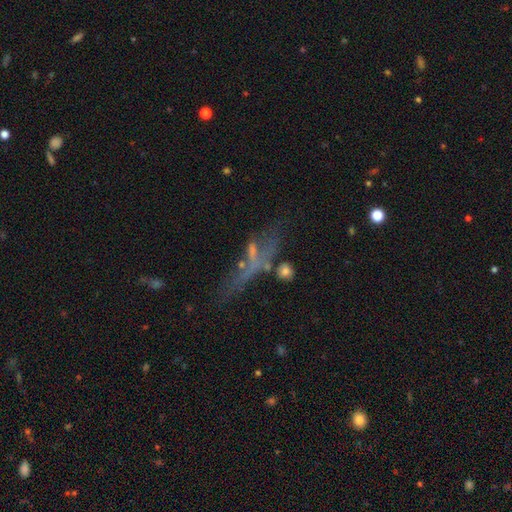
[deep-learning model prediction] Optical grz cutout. It shows a featured or disk galaxy (48%). Merging: none (39%).